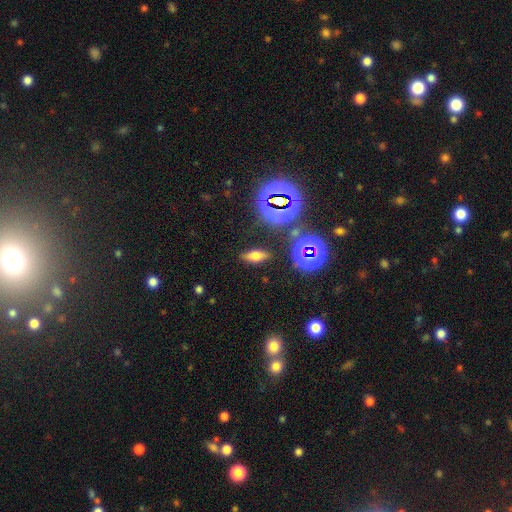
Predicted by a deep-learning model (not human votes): Smooth or featured? Predicted: smooth (p=0.58). How rounded? Predicted: in between (p=0.70). Merging? Predicted: none (p=0.85).